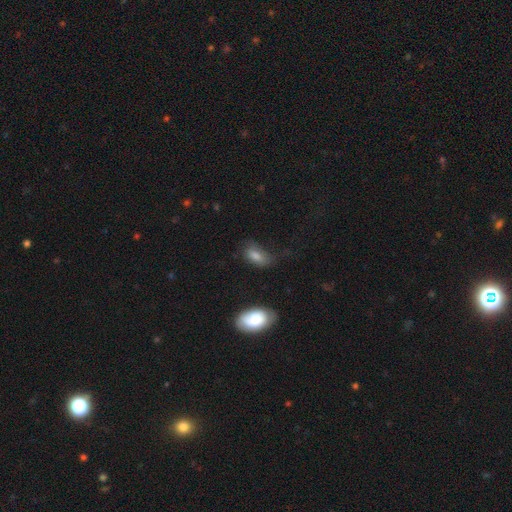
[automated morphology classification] type=smooth (77%); roundness=in between (89%); merging=none (48%).